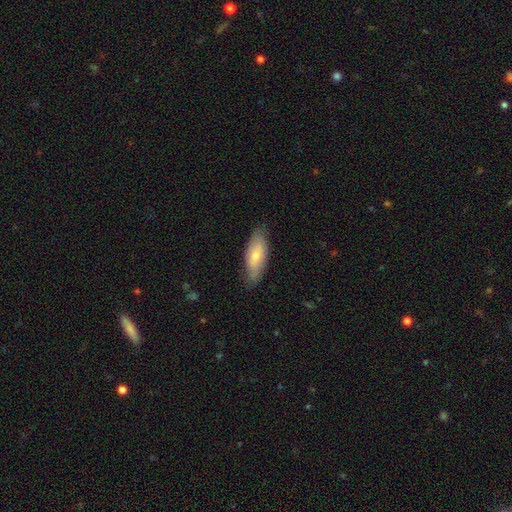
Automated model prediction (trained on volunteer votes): Overall: smooth (68%). How rounded: in between (72%). Merging: none (78%).